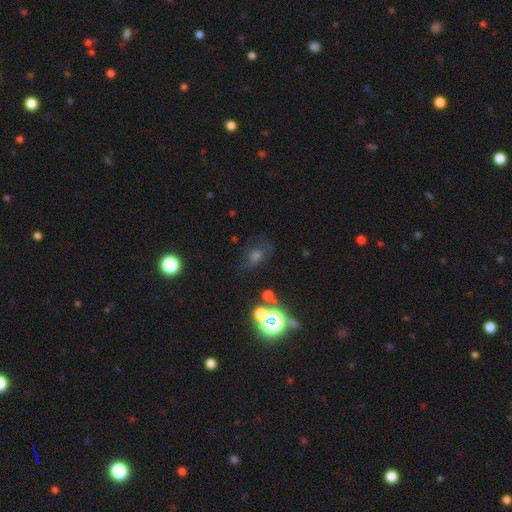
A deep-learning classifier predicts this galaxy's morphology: smooth-or-featured: star or artifact: 41% | smooth: 34% | featured or disk: 25%